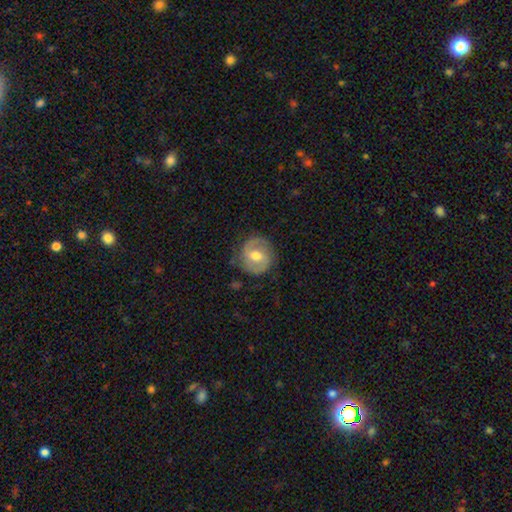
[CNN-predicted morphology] Smooth or featured? Predicted: featured or disk (p=0.64). Edge-on disk? Predicted: no (p=0.97). Bar? Predicted: weak (p=0.49). Spiral arms? Predicted: yes (p=0.83). Spiral winding? Predicted: medium (p=0.47). Spiral arm count? Predicted: 2 (p=0.84). Bulge size? Predicted: moderate (p=0.75). Merging? Predicted: none (p=0.79).